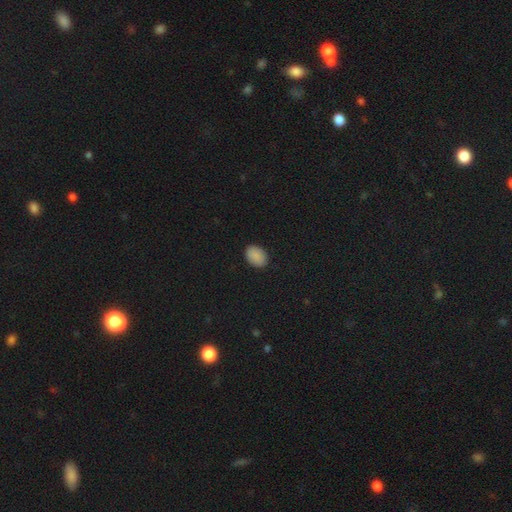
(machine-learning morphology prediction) This appears to be a smooth galaxy with no disk features (89%) that is in between round and cigar-shaped (81%). Merging: none (89%).